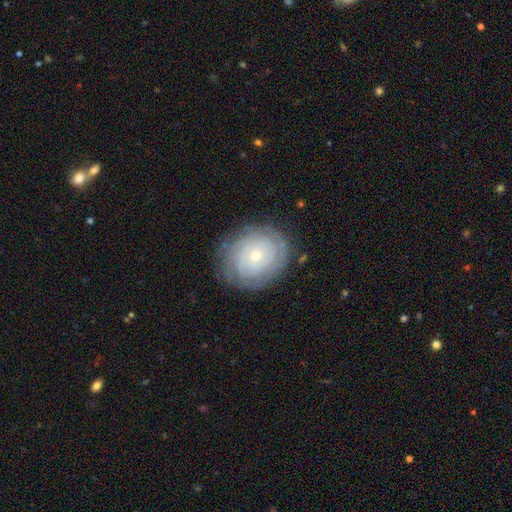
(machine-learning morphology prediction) This is likely a featured or disk galaxy (73%). It is clearly not viewed edge-on (97%). Bar: clearly no (83%). Spiral arm pattern: clearly yes (90%). Spiral arm count: possibly can't tell (48%). Spiral winding: clearly tight (85%). Central bulge: likely small (73%). Merging: clearly none (81%).